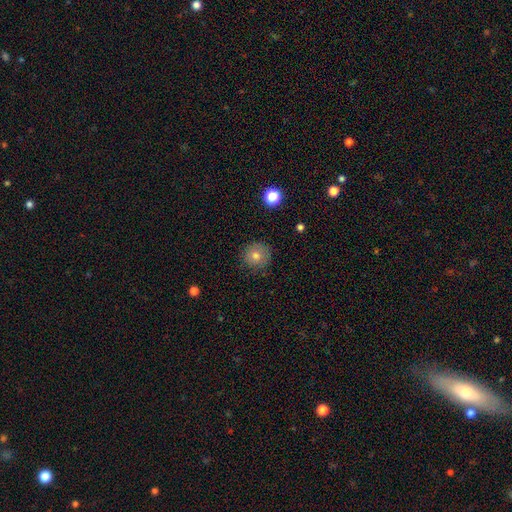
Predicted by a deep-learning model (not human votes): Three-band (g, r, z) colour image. It shows a smooth galaxy with no disk features (73%) that is round (94%). Merging: none (87%).